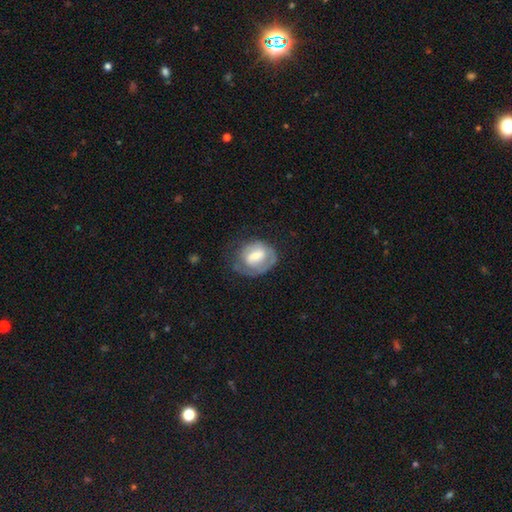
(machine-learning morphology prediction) A featured or disk galaxy (51%).

Vote fractions:
- Smooth or featured? featured or disk: 51% / smooth: 42% / star or artifact: 7%
- Edge-on disk? no: 96% / yes: 4%
- Merging? none: 48% / minor disturbance: 28% / major disturbance: 23% / merger: 2%